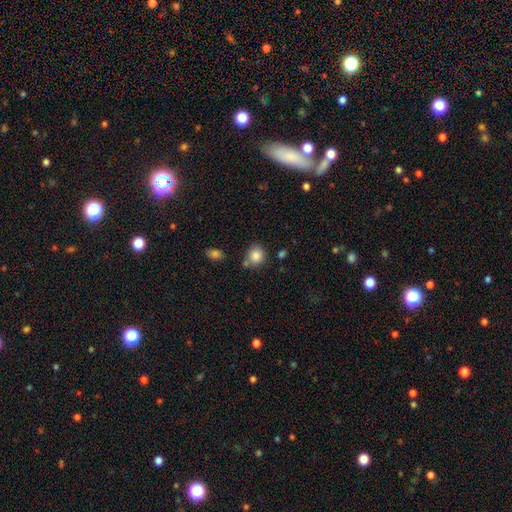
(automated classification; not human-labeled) A smooth galaxy with no disk features (85%) that is round (74%).

Vote fractions:
- Smooth or featured? smooth: 85% / star or artifact: 9% / featured or disk: 6%
- How rounded? round: 74% / in between: 25% / cigar-shaped: 1%
- Merging? none: 68% / minor disturbance: 15% / merger: 13% / major disturbance: 4%